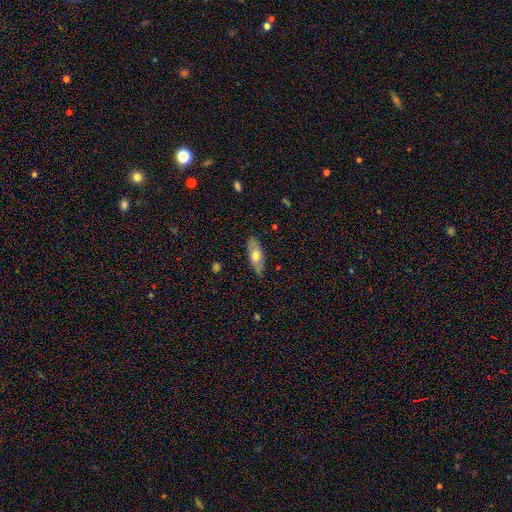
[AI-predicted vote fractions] smooth_or_featured: smooth (p=0.58) [alt: featured or disk p=0.36]
how_rounded: in between (p=0.73) [alt: cigar-shaped p=0.24]
merging: none (p=0.81) [alt: minor disturbance p=0.15]